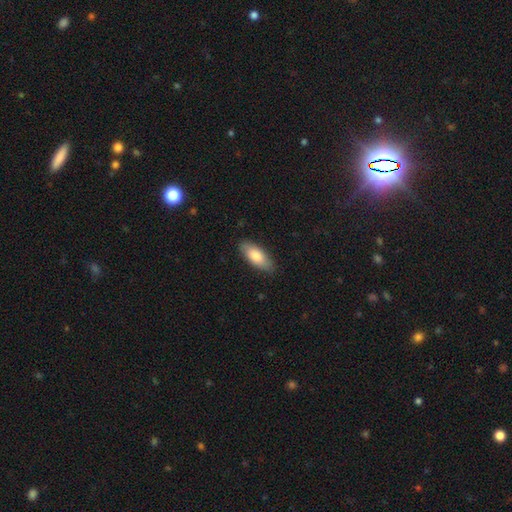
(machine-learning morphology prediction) The model was most divided on "how rounded": in between: 80%, cigar-shaped: 18%, round: 2%. More confident: merging — none (84%); smooth or featured — smooth (79%).